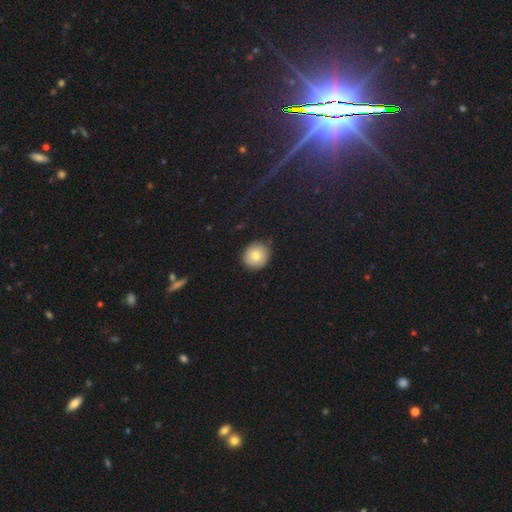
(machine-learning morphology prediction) type=smooth (77%); roundness=round (89%); merging=none (85%).